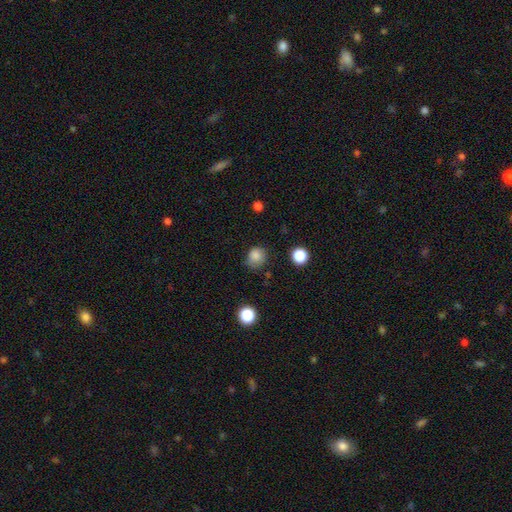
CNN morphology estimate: Smooth or featured? Predicted: smooth (p=0.84). How rounded? Predicted: round (p=0.79). Merging? Predicted: none (p=0.68).